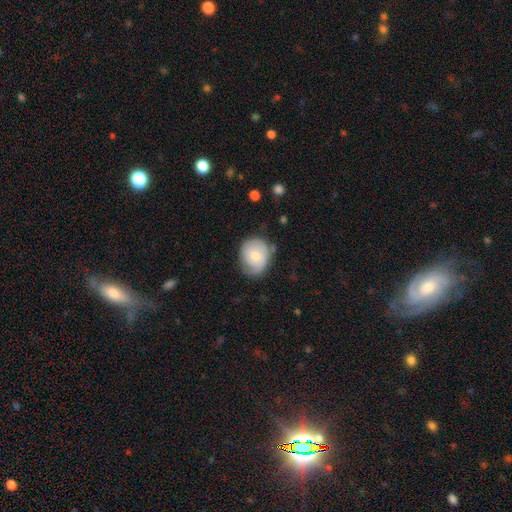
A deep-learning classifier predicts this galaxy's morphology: This is likely a smooth galaxy (63%). How rounded: likely round (64%). Merging: likely none (63%).